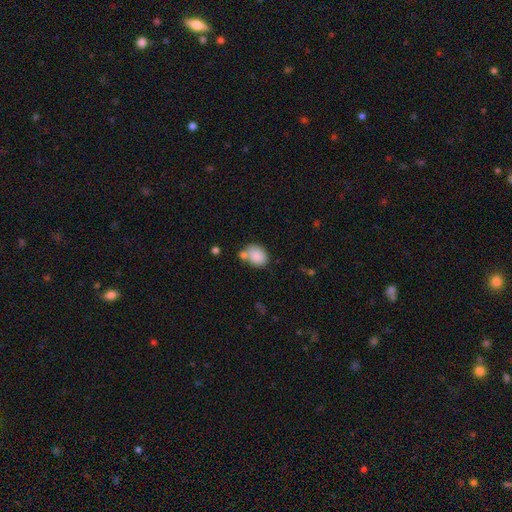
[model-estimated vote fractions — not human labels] The model was most divided on "how rounded": in between: 60%, round: 39%, cigar-shaped: 1%. More confident: smooth or featured — smooth (85%); merging — none (51%).